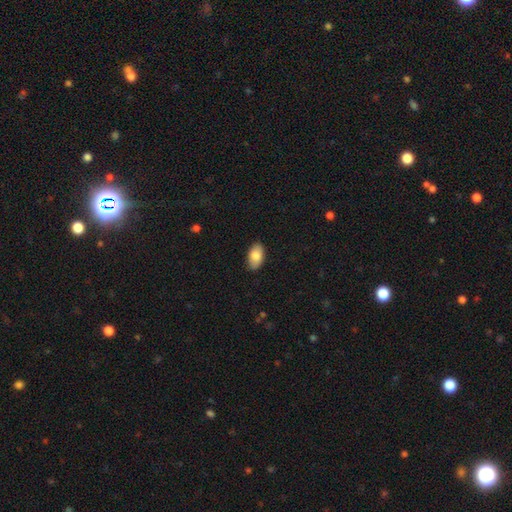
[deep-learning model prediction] A smooth galaxy with no disk features (83%) that is in between round and cigar-shaped (94%). Merging: none (86%).